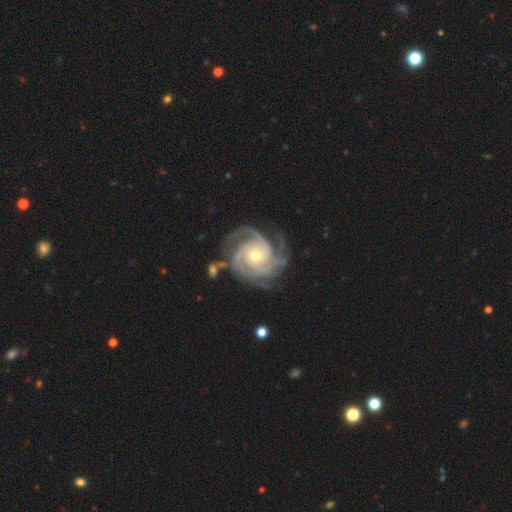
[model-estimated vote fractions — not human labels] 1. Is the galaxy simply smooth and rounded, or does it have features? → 93% featured or disk, 4% star or artifact, 3% smooth.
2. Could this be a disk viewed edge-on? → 98% no, 2% yes.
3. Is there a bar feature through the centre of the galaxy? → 74% no, 19% weak, 7% strong.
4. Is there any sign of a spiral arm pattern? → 99% yes, 1% no.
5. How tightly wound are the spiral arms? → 68% tight, 29% medium, 3% loose.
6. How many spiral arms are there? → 43% 3, 29% 4, 8% 2, 8% can't tell, 6% more than 4, 5% 1.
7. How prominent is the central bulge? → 51% moderate, 46% small, 2% large, 1% none, 1% dominant.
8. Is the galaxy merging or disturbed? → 74% none, 16% minor disturbance, 7% major disturbance, 2% merger.